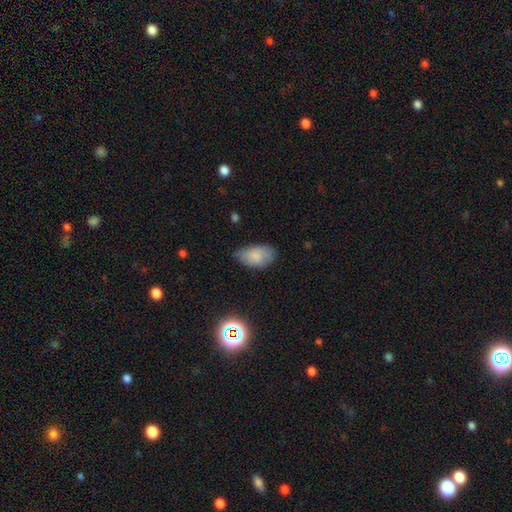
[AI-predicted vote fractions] This appears to be a smooth galaxy with no disk features (78%) that is in between round and cigar-shaped (93%). Merging: none (58%).